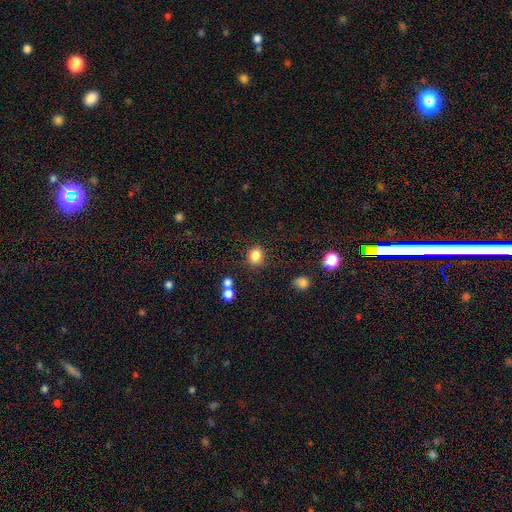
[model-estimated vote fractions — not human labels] smooth 84%, star or artifact 11%, featured or disk 5%. Down the decision tree: how rounded — round (65%); merging — none (82%).